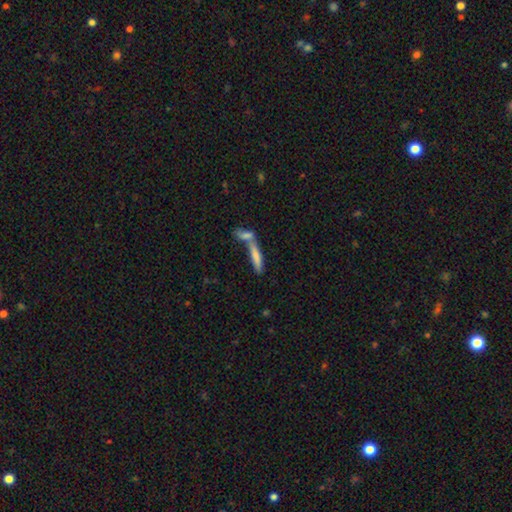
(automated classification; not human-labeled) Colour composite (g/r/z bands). It shows a smooth galaxy with no disk features (71%) that is cigar-shaped (82%). Merging: merger (52%).